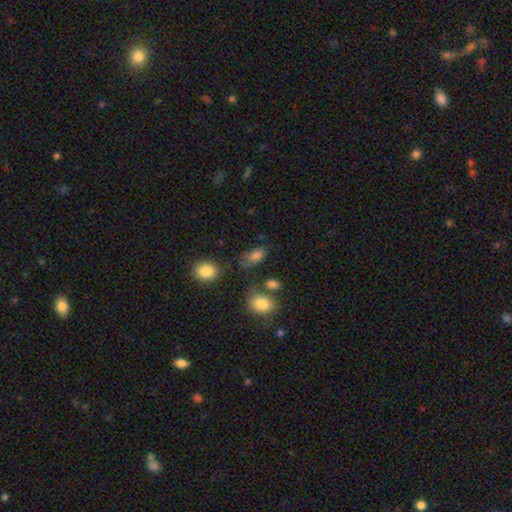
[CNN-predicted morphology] Overall: smooth (78%). How rounded: in between (88%). Merging: none (52%; minor disturbance 26%).